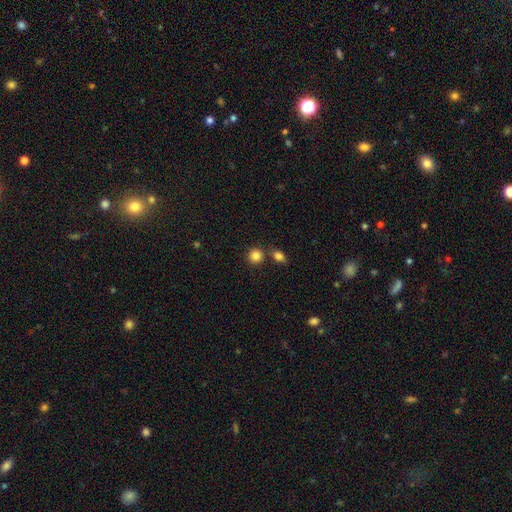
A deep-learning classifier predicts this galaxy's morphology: Overall: smooth (85%). How rounded: round (86%). Merging: none (72%).